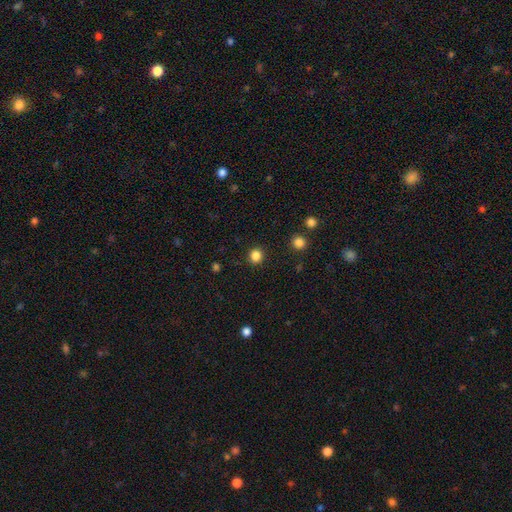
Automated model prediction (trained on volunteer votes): Smooth or featured?
  - smooth: 84% *
  - star or artifact: 12%
  - featured or disk: 3%
How rounded?
  - round: 91% *
  - in between: 8%
  - cigar-shaped: 1%
Merging?
  - none: 91% *
  - minor disturbance: 5%
  - major disturbance: 2%
  - merger: 1%